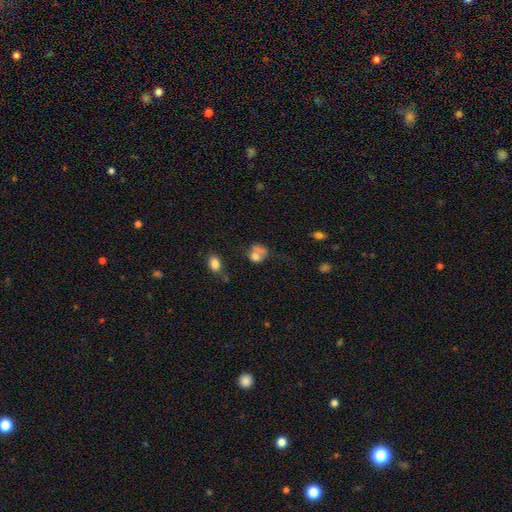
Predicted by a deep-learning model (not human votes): The model was most divided on "how rounded": round: 51%, in between: 48%, cigar-shaped: 1%. Remaining: smooth or featured — smooth (69%); merging — merger (31%).